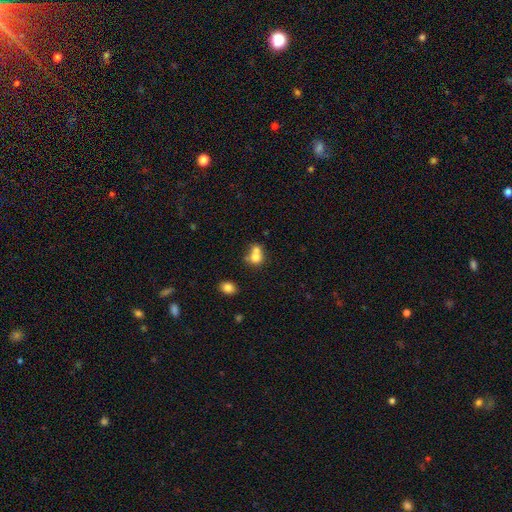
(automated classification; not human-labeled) Q: Smooth or featured?
A: smooth (70%); runner-up: featured or disk (18%)
Q: How rounded?
A: round (67%); runner-up: in between (32%)
Q: Merging?
A: merger (63%); runner-up: none (26%)